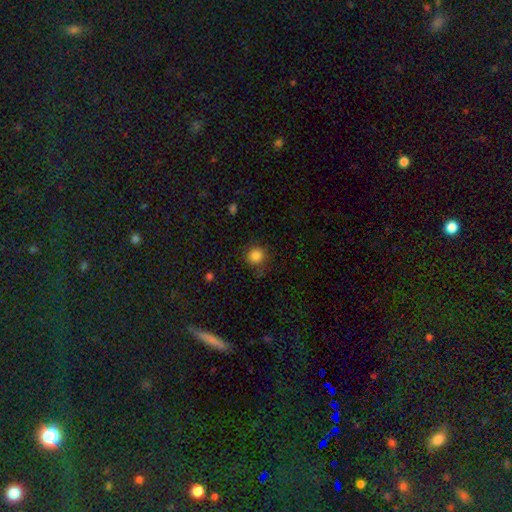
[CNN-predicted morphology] Smooth or featured: smooth — 85% (star or artifact — 11%)
How rounded: round — 92% (in between — 7%)
Merging: none — 82% (minor disturbance — 13%)